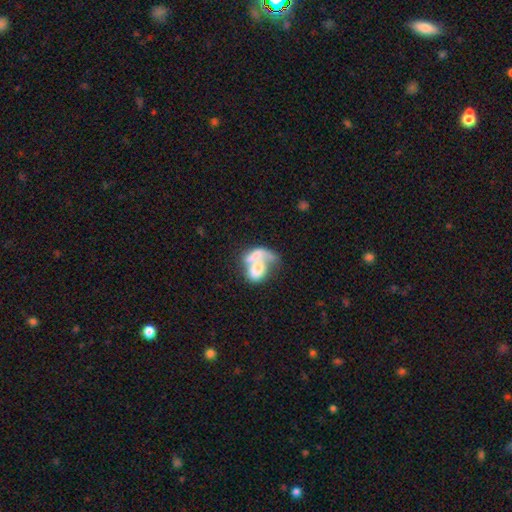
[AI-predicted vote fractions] Q: Smooth or featured?
A: smooth (56%); runner-up: featured or disk (35%)
Q: How rounded?
A: in between (77%); runner-up: round (19%)
Q: Merging?
A: merger (62%); runner-up: major disturbance (17%)